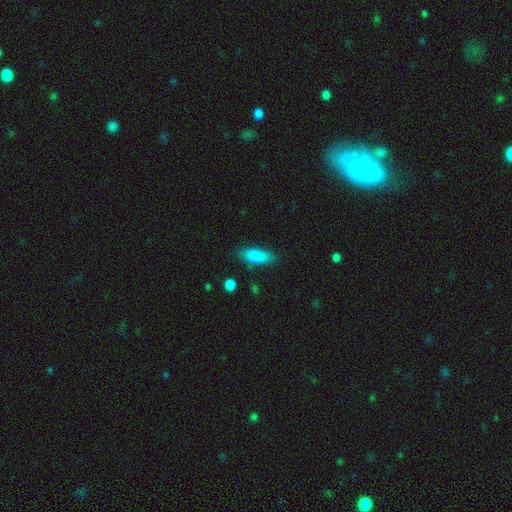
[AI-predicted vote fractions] A smooth galaxy with no disk features (85%) that is in between round and cigar-shaped (64%). Merging: none (73%).